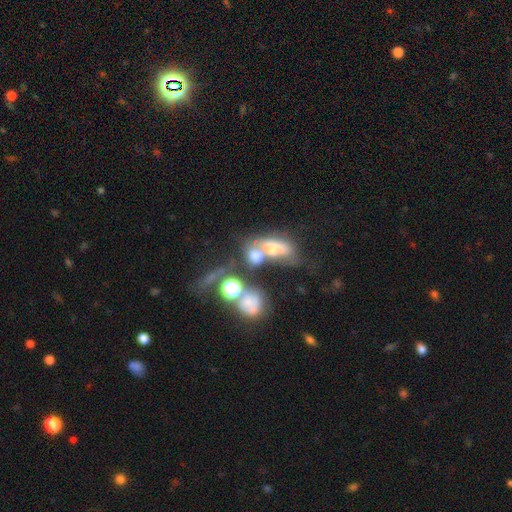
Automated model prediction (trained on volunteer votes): Q: Smooth or featured?
A: smooth (50%); runner-up: featured or disk (31%)
Q: How rounded?
A: in between (64%); runner-up: round (31%)
Q: Merging?
A: merger (62%); runner-up: none (16%)